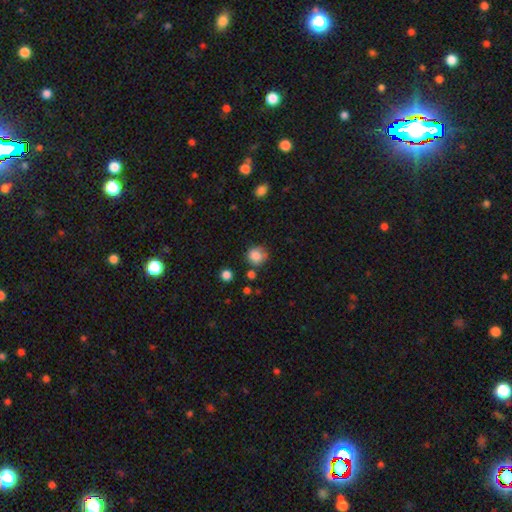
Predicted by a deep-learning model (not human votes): A smooth galaxy with no disk features (85%) that is round (84%). Merging: none (72%).